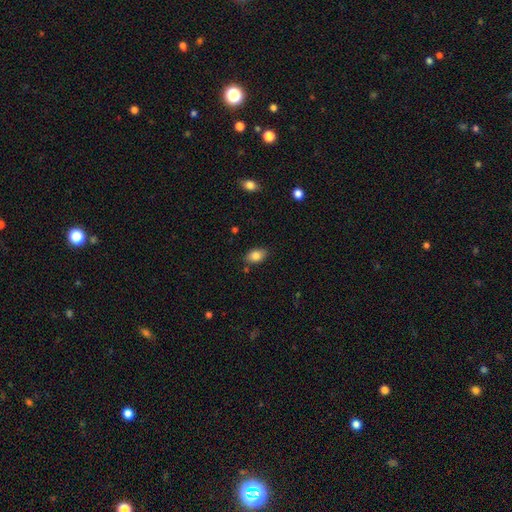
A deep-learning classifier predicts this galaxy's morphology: A smooth galaxy with no disk features (84%) that is in between round and cigar-shaped (86%).

Vote fractions:
- Smooth or featured? smooth: 84% / star or artifact: 8% / featured or disk: 7%
- How rounded? in between: 86% / round: 12% / cigar-shaped: 1%
- Merging? none: 82% / minor disturbance: 12% / merger: 3% / major disturbance: 3%